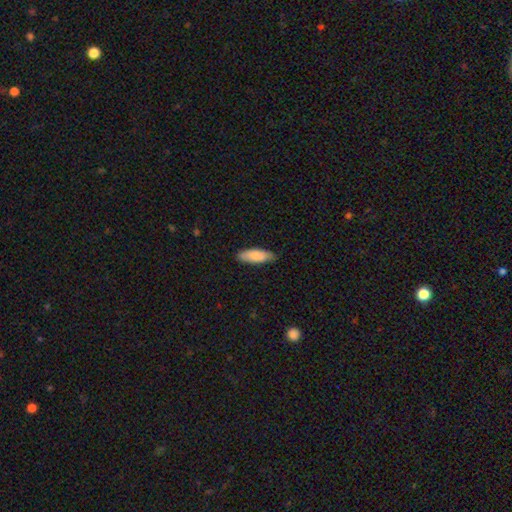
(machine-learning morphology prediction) A smooth galaxy with no disk features (85%) that is in between round and cigar-shaped (61%).

Vote fractions:
- Smooth or featured? smooth: 85% / featured or disk: 9% / star or artifact: 5%
- How rounded? in between: 61% / cigar-shaped: 37% / round: 2%
- Merging? none: 83% / minor disturbance: 14% / major disturbance: 2% / merger: 1%